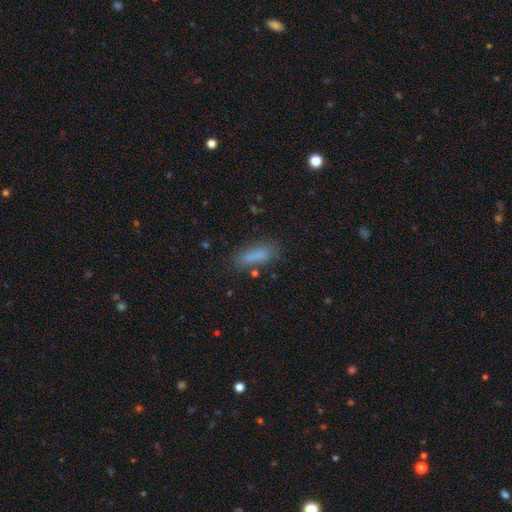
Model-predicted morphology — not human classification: smooth-or-featured: smooth: 80% | featured or disk: 10% | star or artifact: 10%
  how-rounded: cigar-shaped: 53% | in between: 45% | round: 2%
  merging: none: 75% | minor disturbance: 16% | major disturbance: 5% | merger: 5%